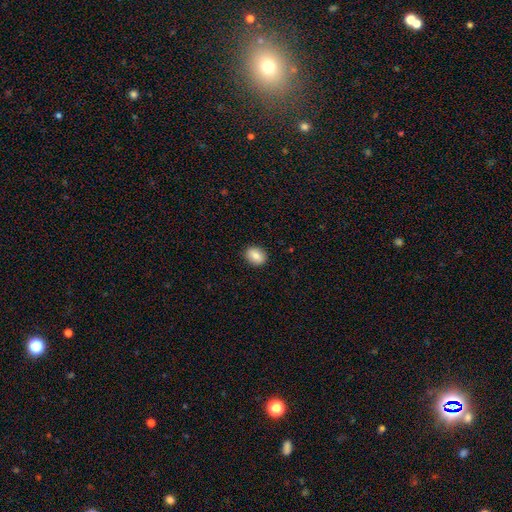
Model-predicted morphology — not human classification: Smooth or featured?
  - smooth: 83% *
  - featured or disk: 9%
  - star or artifact: 8%
How rounded?
  - in between: 58% *
  - round: 41%
  - cigar-shaped: 1%
Merging?
  - none: 90% *
  - minor disturbance: 7%
  - major disturbance: 2%
  - merger: 1%